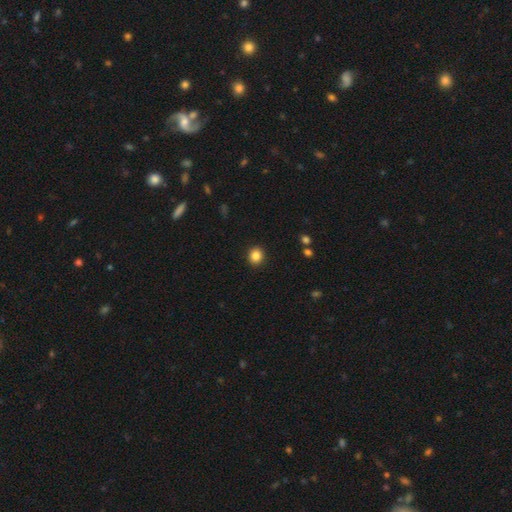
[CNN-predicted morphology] Smooth or featured: smooth — 85% (star or artifact — 10%)
How rounded: round — 83% (in between — 16%)
Merging: none — 92% (minor disturbance — 5%)